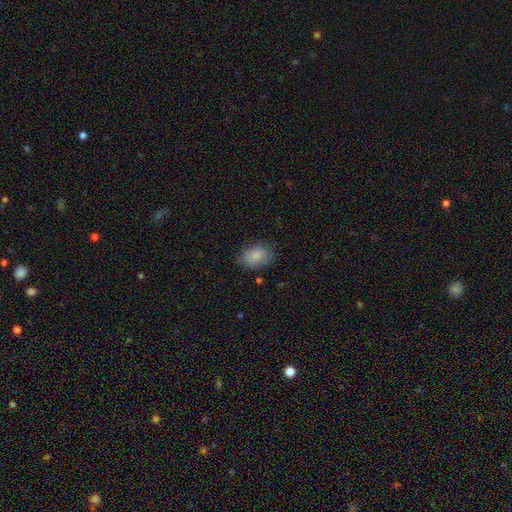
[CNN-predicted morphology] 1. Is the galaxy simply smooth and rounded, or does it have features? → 86% smooth, 8% star or artifact, 7% featured or disk.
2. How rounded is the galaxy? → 81% in between, 18% round, 1% cigar-shaped.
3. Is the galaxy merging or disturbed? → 75% none, 18% minor disturbance, 5% major disturbance, 1% merger.